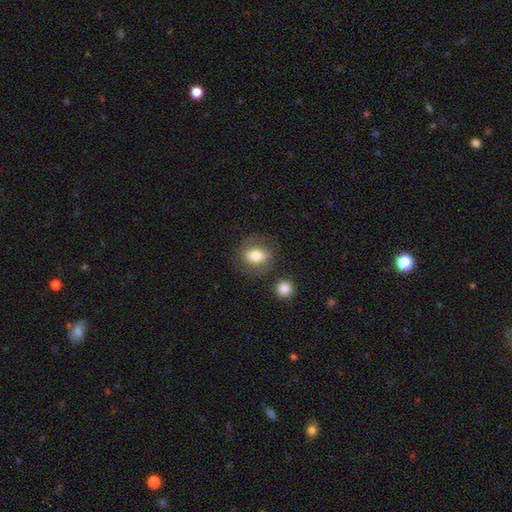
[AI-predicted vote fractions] A smooth galaxy with no disk features (69%) that is in between round and cigar-shaped (59%).

Vote fractions:
- Smooth or featured? smooth: 69% / featured or disk: 23% / star or artifact: 8%
- How rounded? in between: 59% / round: 39% / cigar-shaped: 2%
- Merging? none: 74% / minor disturbance: 15% / major disturbance: 7% / merger: 5%